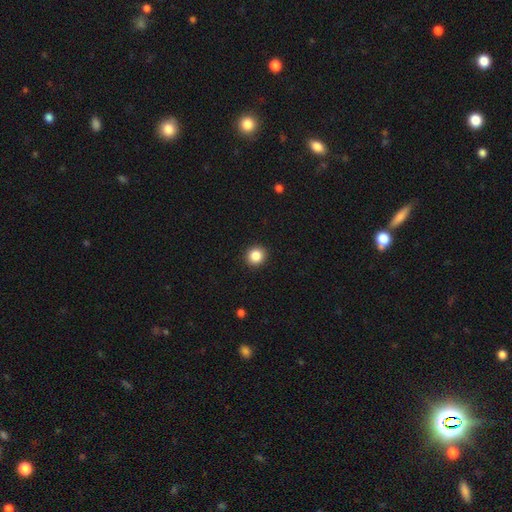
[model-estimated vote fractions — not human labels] smooth 85%, star or artifact 10%, featured or disk 4%. Down the decision tree: how rounded — round (92%); merging — none (93%).